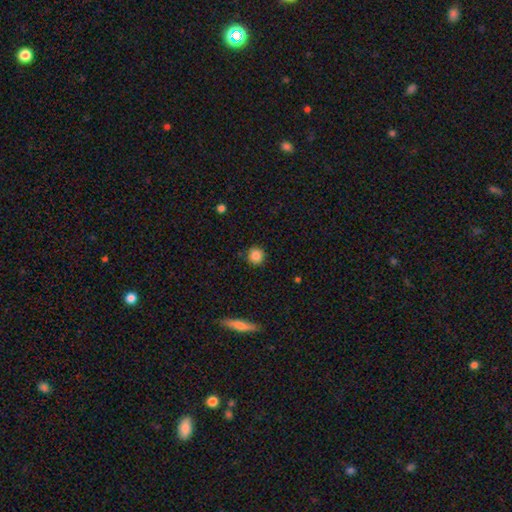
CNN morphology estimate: smooth-or-featured: smooth: 86% | star or artifact: 10% | featured or disk: 5%
  how-rounded: round: 92% | in between: 6% | cigar-shaped: 1%
  merging: none: 88% | minor disturbance: 9% | major disturbance: 2% | merger: 1%